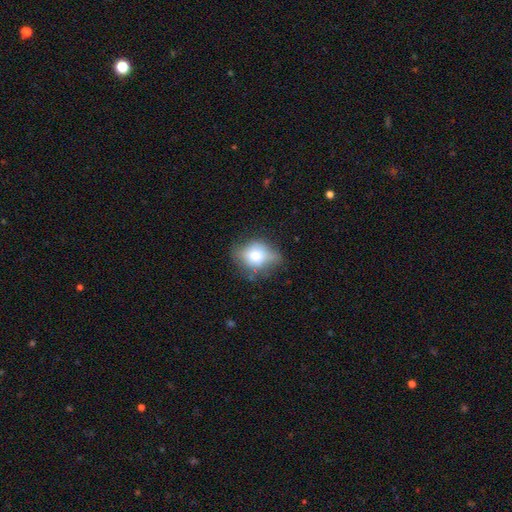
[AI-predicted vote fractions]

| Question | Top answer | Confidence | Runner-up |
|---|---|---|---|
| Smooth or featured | smooth | 66% | featured or disk (24%) |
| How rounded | round | 50% | in between (48%) |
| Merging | none | 51% | minor disturbance (33%) |